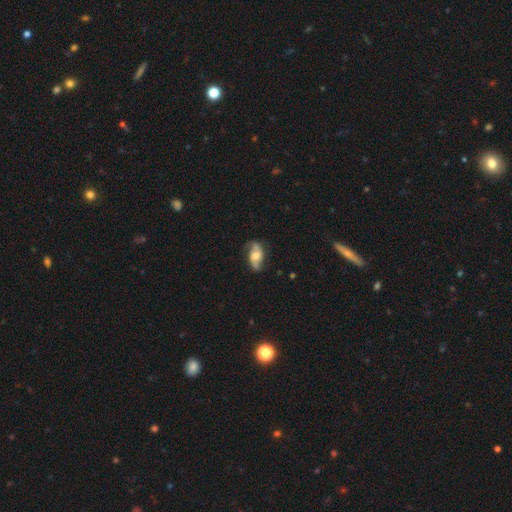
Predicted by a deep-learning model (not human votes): The model was most divided on "spiral winding": loose: 49%, medium: 37%, tight: 14%. More confident: edge-on disk — no (94%); spiral arms — yes (91%); spiral arm count — 2 (87%); smooth or featured — featured or disk (71%); merging — none (70%); bar — no (61%); bulge size — moderate (55%).